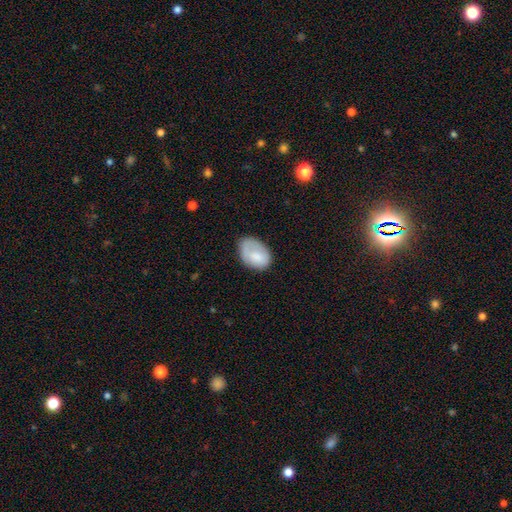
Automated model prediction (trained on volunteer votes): A smooth galaxy with no disk features (76%) that is in between round and cigar-shaped (85%). Merging: none (54%).